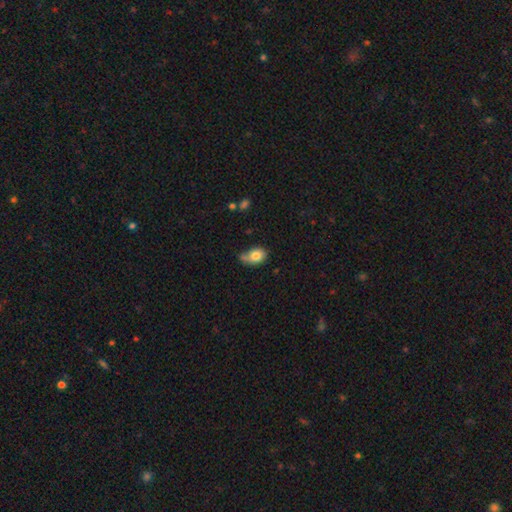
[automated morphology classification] Overall: smooth (79%). How rounded: in between (77%). Merging: none (42%; minor disturbance 34%).